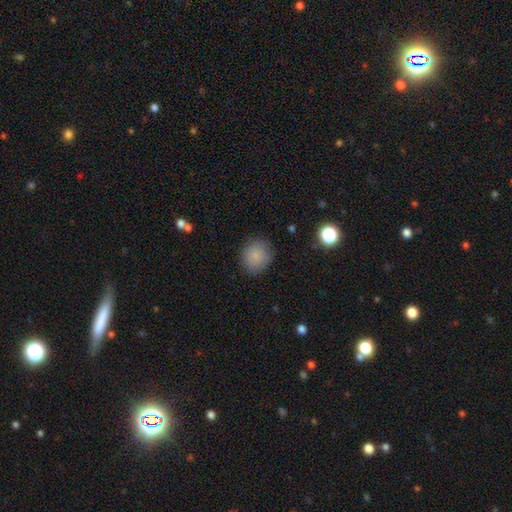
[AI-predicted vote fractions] A smooth galaxy with no disk features (85%) that is round (83%).

Vote fractions:
- Smooth or featured? smooth: 85% / star or artifact: 9% / featured or disk: 6%
- How rounded? round: 83% / in between: 16% / cigar-shaped: 1%
- Merging? none: 86% / minor disturbance: 10% / major disturbance: 3% / merger: 1%